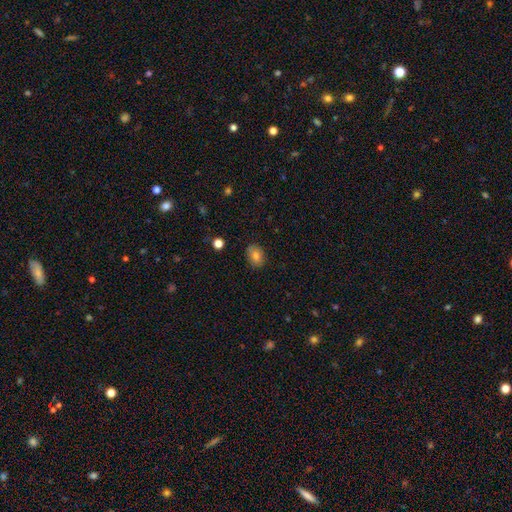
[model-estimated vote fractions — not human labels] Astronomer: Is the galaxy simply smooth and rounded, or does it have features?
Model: smooth — 82%.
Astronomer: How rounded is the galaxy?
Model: in between — 73%.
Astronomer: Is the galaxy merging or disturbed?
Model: none — 84%.